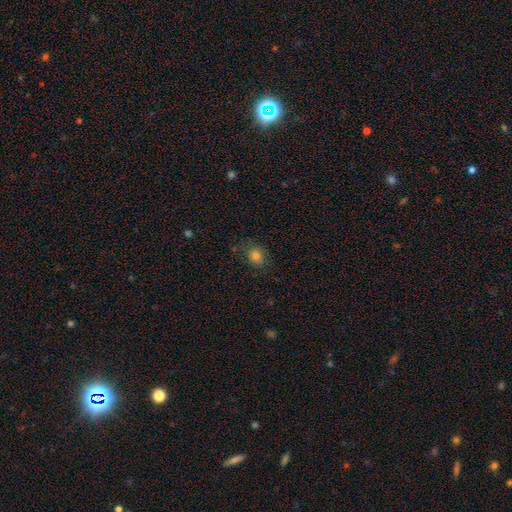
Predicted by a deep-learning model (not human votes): This is likely a smooth galaxy (80%). How rounded: likely round (70%). Merging: likely none (78%).